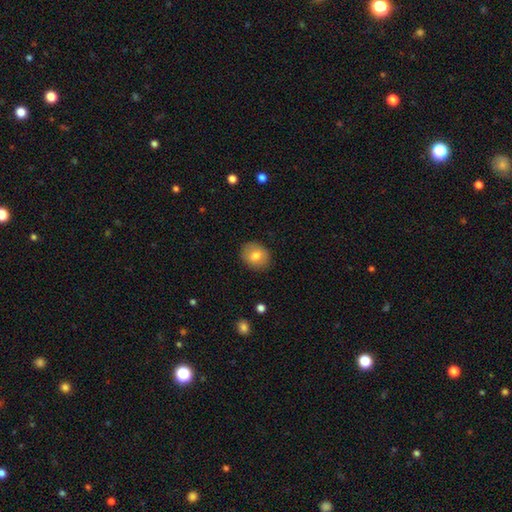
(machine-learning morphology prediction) smooth_or_featured: smooth (p=0.76) [alt: featured or disk p=0.16]
how_rounded: round (p=0.58) [alt: in between p=0.41]
merging: none (p=0.87) [alt: minor disturbance p=0.10]